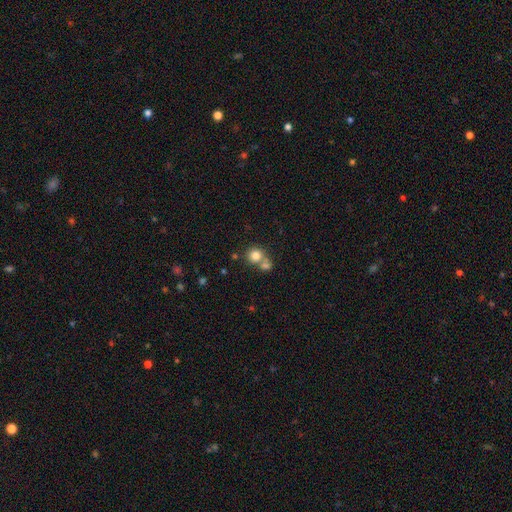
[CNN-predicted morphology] Smooth or featured? smooth (79%)
How rounded? round (87%)
Merging? none (46%)